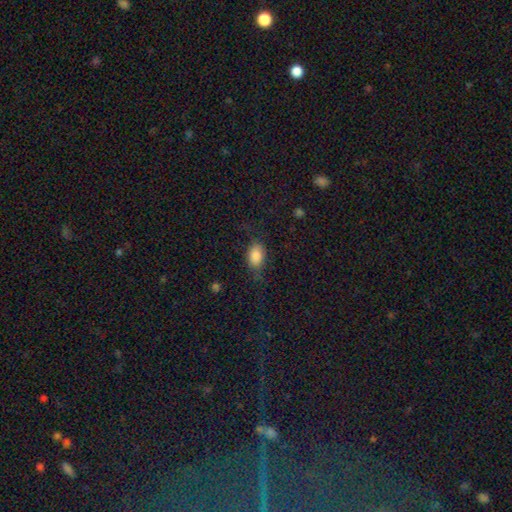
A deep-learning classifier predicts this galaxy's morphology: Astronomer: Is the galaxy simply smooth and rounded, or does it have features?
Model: smooth — 84%.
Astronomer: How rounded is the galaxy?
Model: in between — 82%.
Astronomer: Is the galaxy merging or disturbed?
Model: none — 71%.